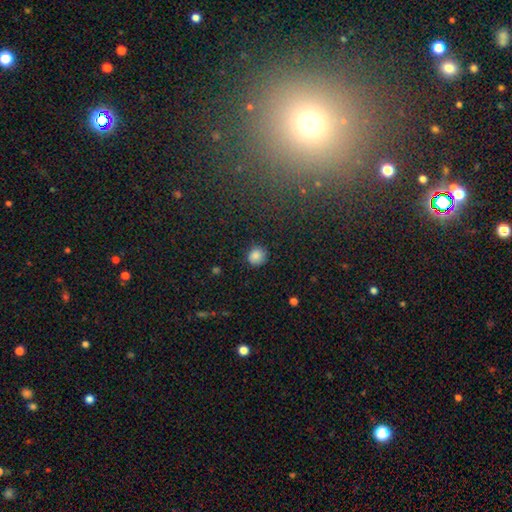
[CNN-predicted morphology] Q: Smooth or featured?
A: smooth (85%); runner-up: star or artifact (11%)
Q: How rounded?
A: round (90%); runner-up: in between (9%)
Q: Merging?
A: none (86%); runner-up: minor disturbance (10%)